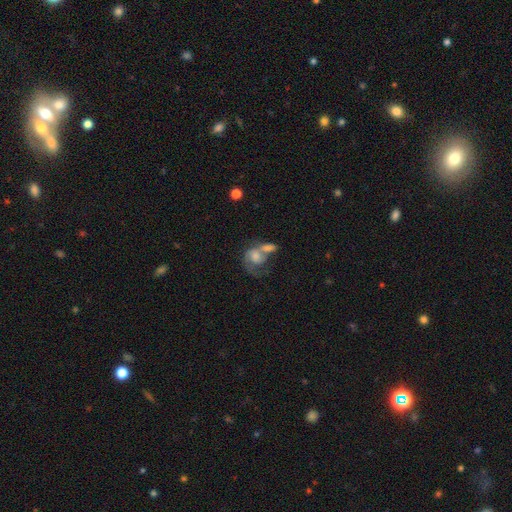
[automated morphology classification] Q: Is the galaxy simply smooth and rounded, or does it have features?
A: featured or disk — 57%.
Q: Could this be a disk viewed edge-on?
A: no — 97%.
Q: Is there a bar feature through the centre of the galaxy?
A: no — 71%.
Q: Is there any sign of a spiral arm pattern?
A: yes — 74%.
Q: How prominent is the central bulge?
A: moderate — 36%.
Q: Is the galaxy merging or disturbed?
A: merger — 54%.